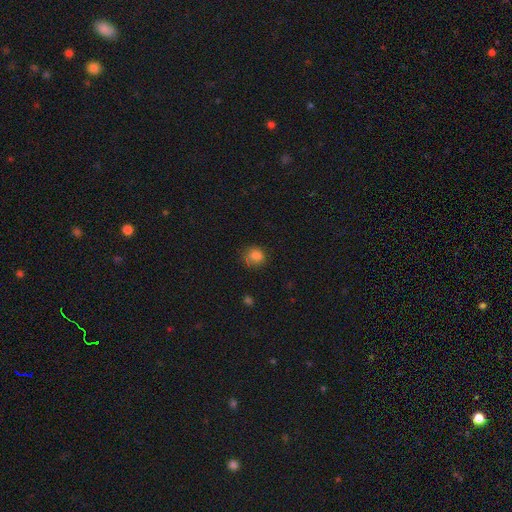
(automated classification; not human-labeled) Smooth or featured? smooth (81%)
How rounded? round (73%)
Merging? none (69%)